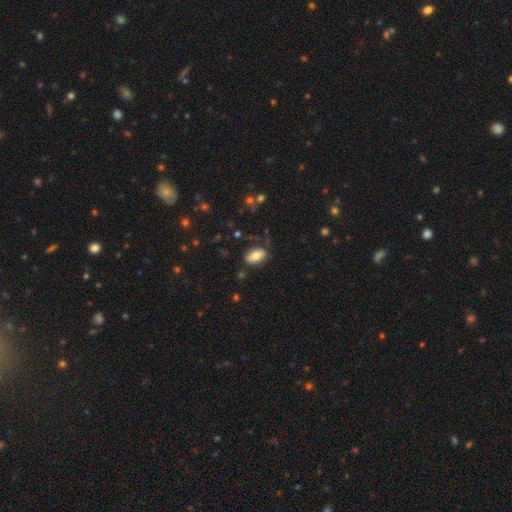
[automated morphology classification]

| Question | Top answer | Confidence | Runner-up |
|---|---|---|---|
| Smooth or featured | smooth | 79% | featured or disk (13%) |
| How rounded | in between | 92% | round (5%) |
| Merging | none | 77% | minor disturbance (16%) |